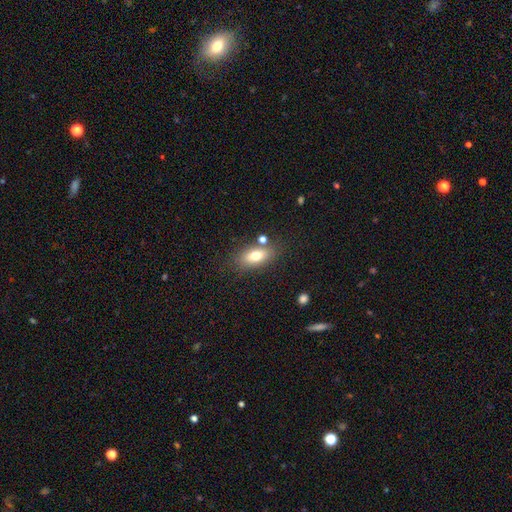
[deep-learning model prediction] Overall: smooth (73%). How rounded: in between (83%). Merging: none (74%).